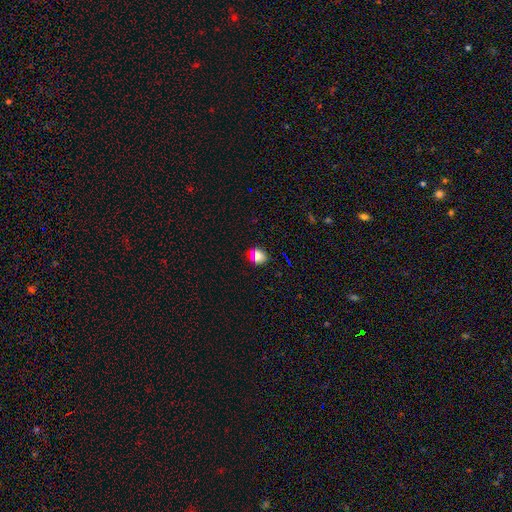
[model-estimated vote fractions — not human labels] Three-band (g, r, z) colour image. It shows a smooth galaxy with no disk features (67%) that is round (77%). Merging: none (88%).